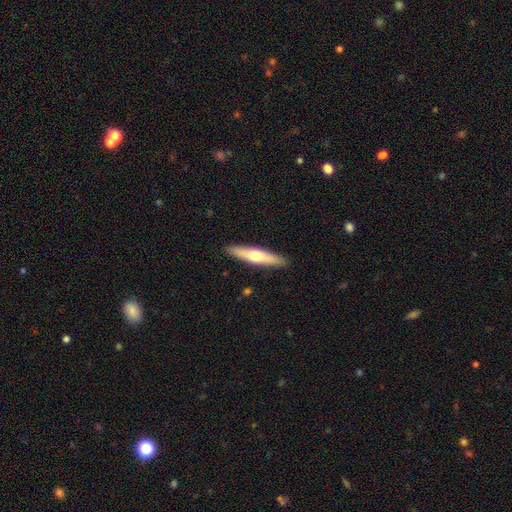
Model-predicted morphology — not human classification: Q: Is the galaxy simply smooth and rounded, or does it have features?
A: smooth — 51%.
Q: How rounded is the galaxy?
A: cigar-shaped — 86%.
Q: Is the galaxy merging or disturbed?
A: none — 90%.